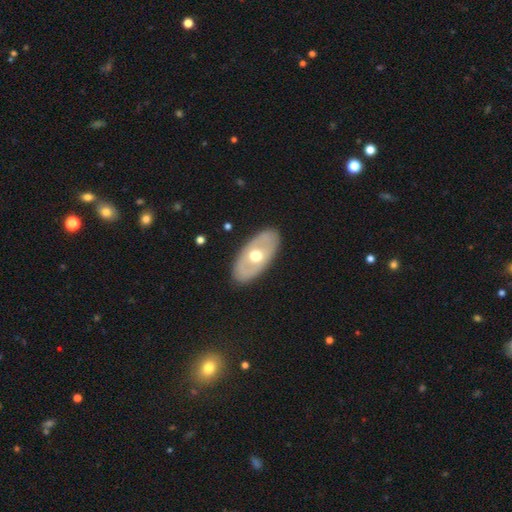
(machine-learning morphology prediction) Smooth or featured: featured or disk — 53% (smooth — 42%)
Edge-on disk: no — 82% (yes — 18%)
Merging: none — 86% (minor disturbance — 10%)